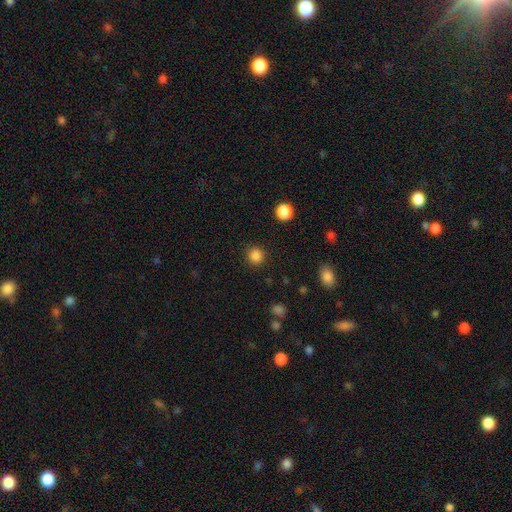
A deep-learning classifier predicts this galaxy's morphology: type=smooth (85%); roundness=round (93%); merging=none (90%).